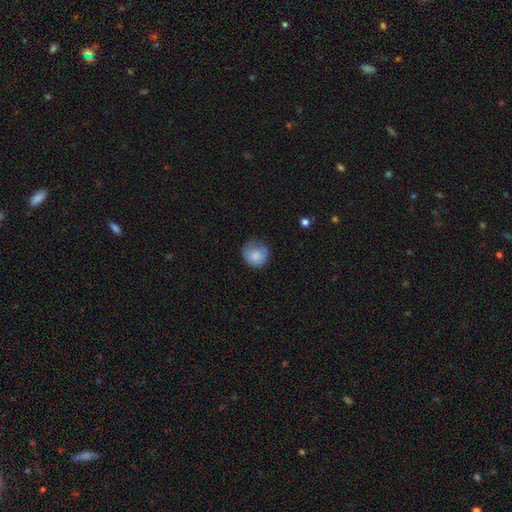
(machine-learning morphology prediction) smooth_or_featured: smooth (p=0.79) [alt: featured or disk p=0.14]
how_rounded: round (p=0.85) [alt: in between p=0.14]
merging: none (p=0.58) [alt: minor disturbance p=0.30]